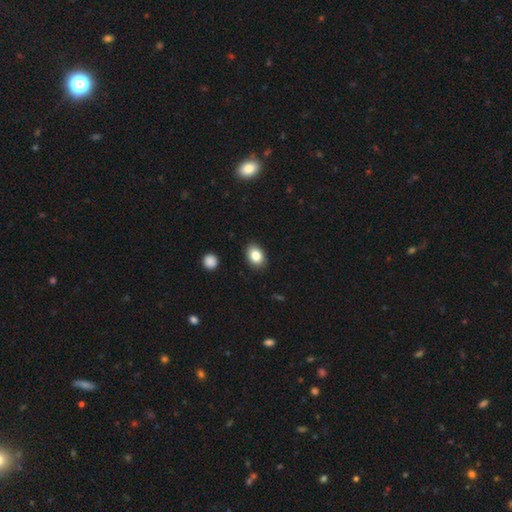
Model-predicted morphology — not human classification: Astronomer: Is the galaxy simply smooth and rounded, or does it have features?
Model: smooth — 84%.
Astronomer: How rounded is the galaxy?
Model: in between — 75%.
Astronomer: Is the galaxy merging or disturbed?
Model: none — 88%.